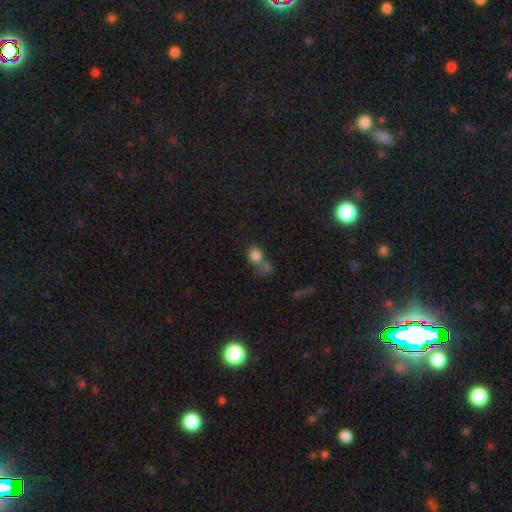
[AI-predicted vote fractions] A smooth galaxy with no disk features (81%) that is round (65%). Merging: merger (44%).